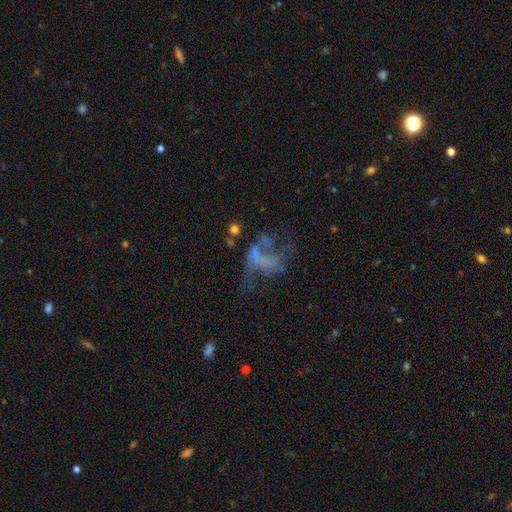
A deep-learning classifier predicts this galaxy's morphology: Smooth or featured?
  - featured or disk: 60% *
  - smooth: 21%
  - star or artifact: 20%
Edge-on disk?
  - no: 97% *
  - yes: 3%
Bar?
  - no: 77% *
  - weak: 15%
  - strong: 8%
Spiral arms?
  - no: 67% *
  - yes: 33%
Bulge size?
  - none: 82% *
  - small: 9%
  - moderate: 5%
  - large: 2%
  - dominant: 1%
Merging?
  - major disturbance: 46% *
  - none: 30%
  - minor disturbance: 14%
  - merger: 11%